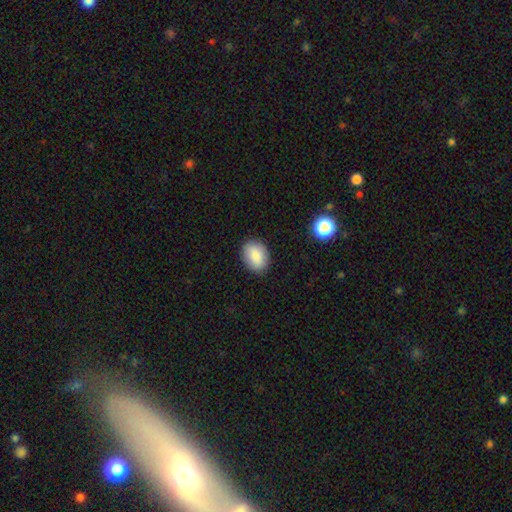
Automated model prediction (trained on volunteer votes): Morphology: type=smooth (86%); roundness=in between (71%); merging=none (88%).